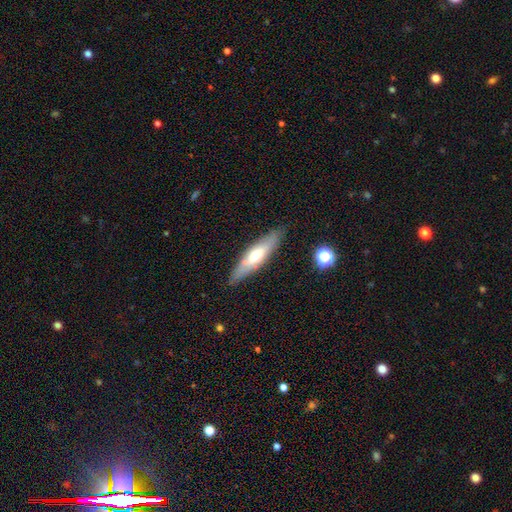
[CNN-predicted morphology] type=smooth (48%); merging=none (83%).